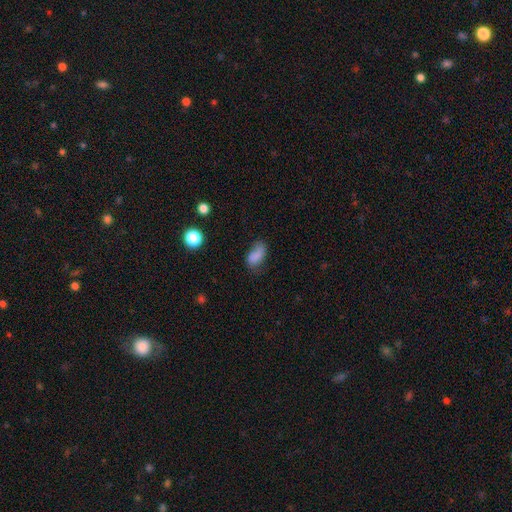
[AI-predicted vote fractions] Smooth or featured?
  - smooth: 78% *
  - featured or disk: 11%
  - star or artifact: 11%
How rounded?
  - in between: 89% *
  - round: 6%
  - cigar-shaped: 5%
Merging?
  - none: 52% *
  - minor disturbance: 31%
  - major disturbance: 14%
  - merger: 3%